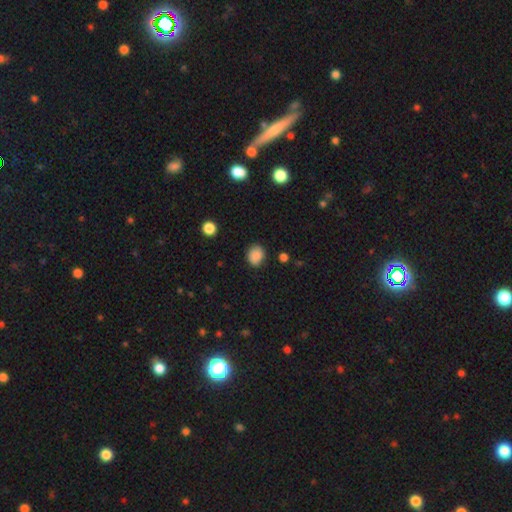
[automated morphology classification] Overall: smooth (87%). How rounded: round (50%; in between 49%). Merging: none (81%).